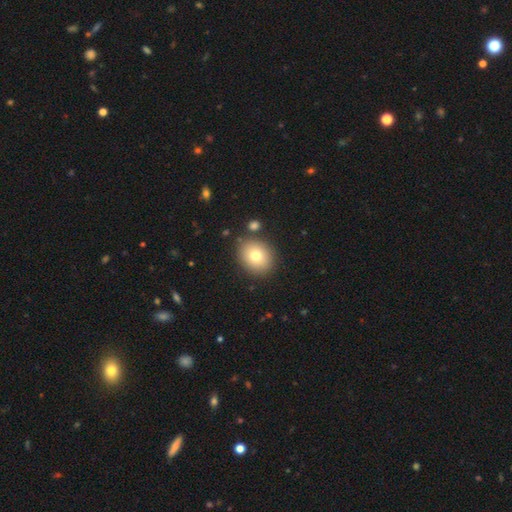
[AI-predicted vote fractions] This is likely a smooth galaxy (77%). How rounded: likely round (67%). Merging: clearly none (83%).